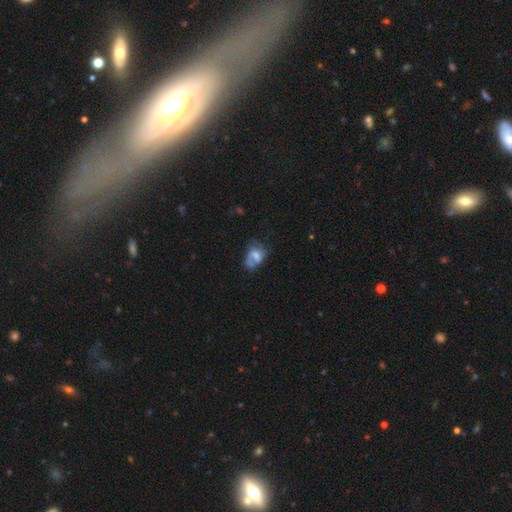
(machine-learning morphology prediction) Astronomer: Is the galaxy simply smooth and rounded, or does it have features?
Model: featured or disk — 45%, tied with smooth at 45%.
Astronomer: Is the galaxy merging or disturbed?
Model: major disturbance — 33%, tied with none at 33%.